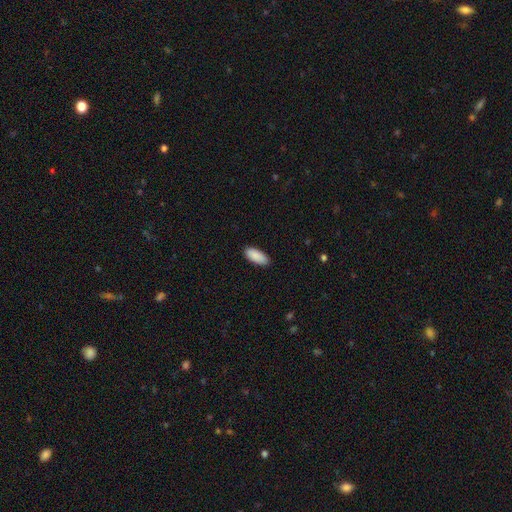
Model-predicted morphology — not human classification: Smooth or featured?
  - smooth: 91% *
  - star or artifact: 6%
  - featured or disk: 3%
How rounded?
  - in between: 88% *
  - cigar-shaped: 11%
  - round: 2%
Merging?
  - none: 88% *
  - minor disturbance: 9%
  - major disturbance: 2%
  - merger: 1%